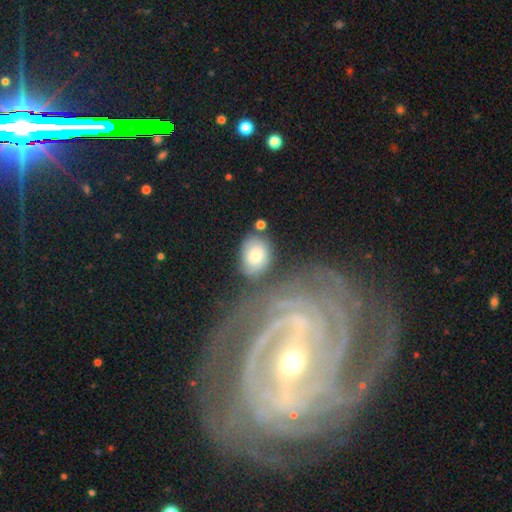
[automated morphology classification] Smooth or featured?
  - smooth: 68% *
  - featured or disk: 24%
  - star or artifact: 8%
How rounded?
  - in between: 56% *
  - round: 43%
  - cigar-shaped: 1%
Merging?
  - none: 59% *
  - minor disturbance: 19%
  - merger: 14%
  - major disturbance: 8%